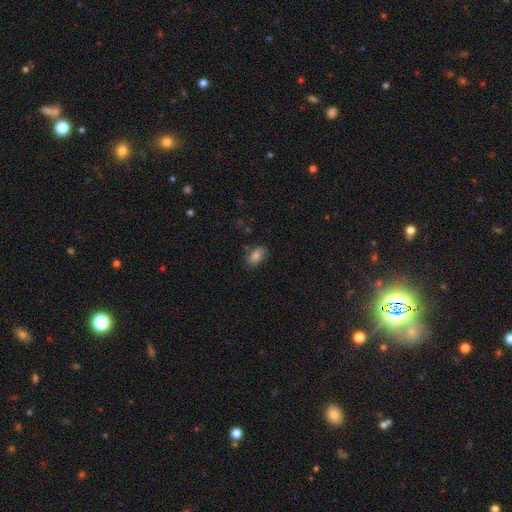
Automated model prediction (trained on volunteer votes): Morphology: type=smooth (76%); roundness=in between (87%); merging=none (75%).